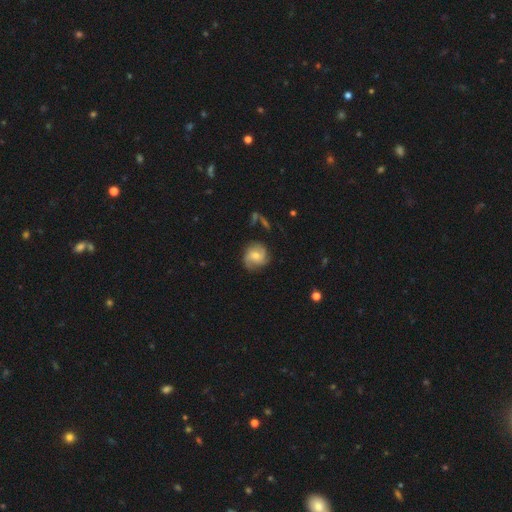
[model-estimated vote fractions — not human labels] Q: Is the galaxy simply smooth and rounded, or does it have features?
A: featured or disk — 57%.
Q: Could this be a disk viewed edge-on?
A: no — 97%.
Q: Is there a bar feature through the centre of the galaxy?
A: no — 60%.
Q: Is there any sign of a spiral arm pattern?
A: yes — 89%.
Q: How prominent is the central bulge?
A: moderate — 54%.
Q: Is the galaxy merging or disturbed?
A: none — 71%.